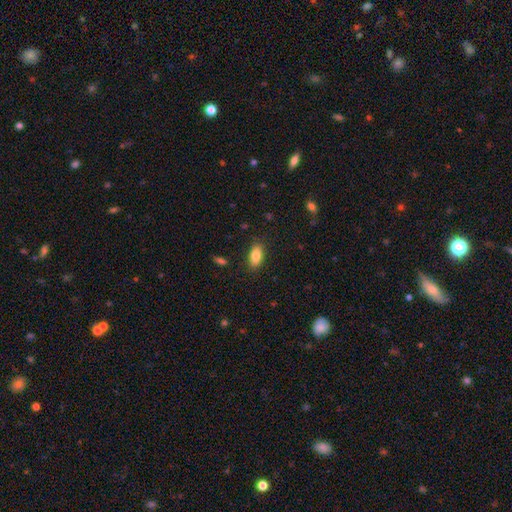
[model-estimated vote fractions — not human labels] Smooth or featured?
  - smooth: 84% *
  - featured or disk: 9%
  - star or artifact: 8%
How rounded?
  - in between: 88% *
  - cigar-shaped: 7%
  - round: 4%
Merging?
  - none: 85% *
  - minor disturbance: 10%
  - major disturbance: 3%
  - merger: 1%